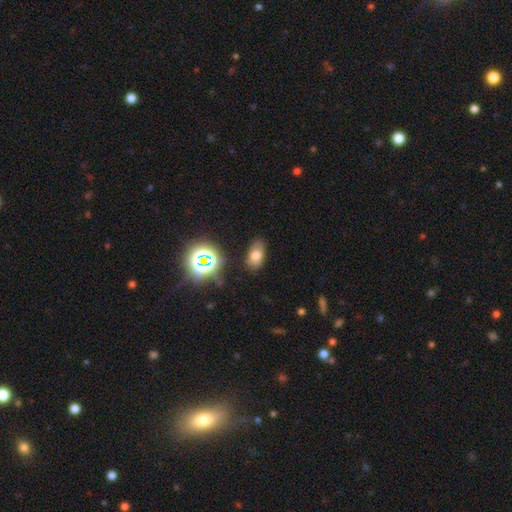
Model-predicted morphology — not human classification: Smooth or featured?
  - smooth: 68% *
  - star or artifact: 20%
  - featured or disk: 12%
How rounded?
  - in between: 88% *
  - round: 11%
  - cigar-shaped: 2%
Merging?
  - none: 77% *
  - minor disturbance: 16%
  - major disturbance: 4%
  - merger: 3%